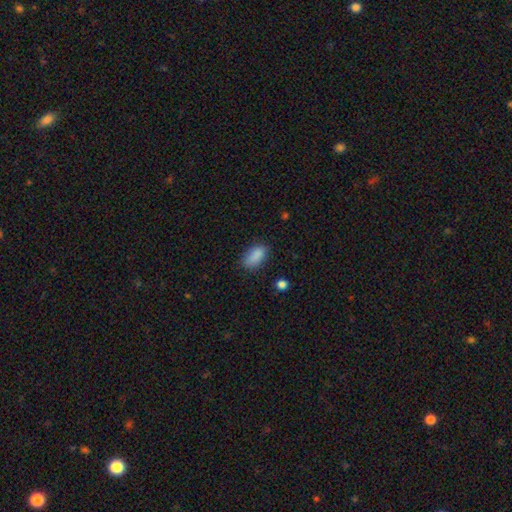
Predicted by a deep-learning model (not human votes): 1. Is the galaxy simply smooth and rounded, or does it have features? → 88% smooth, 8% star or artifact, 4% featured or disk.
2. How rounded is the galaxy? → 92% in between, 5% round, 3% cigar-shaped.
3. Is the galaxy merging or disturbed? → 80% none, 15% minor disturbance, 4% major disturbance, 1% merger.